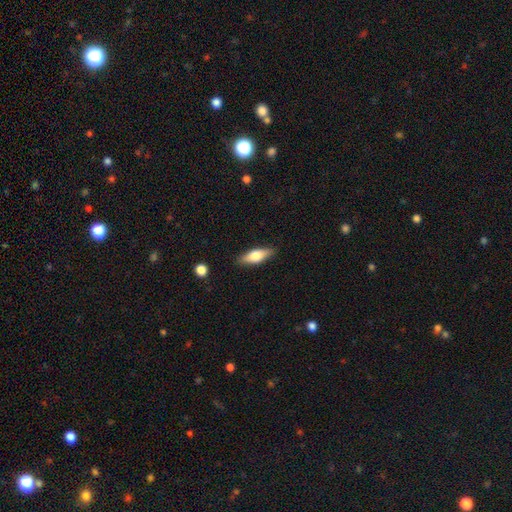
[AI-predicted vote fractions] smooth-or-featured: smooth: 61% | featured or disk: 33% | star or artifact: 6%
  how-rounded: in between: 60% | cigar-shaped: 38% | round: 3%
  merging: none: 87% | minor disturbance: 10% | major disturbance: 2% | merger: 1%